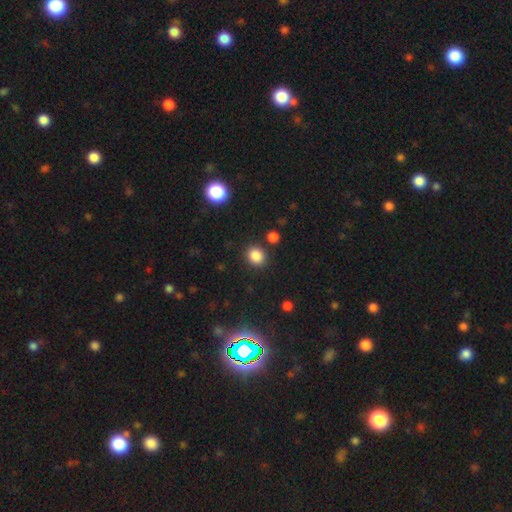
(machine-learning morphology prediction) This is clearly a smooth galaxy (85%). How rounded: likely round (67%). Merging: clearly none (83%).